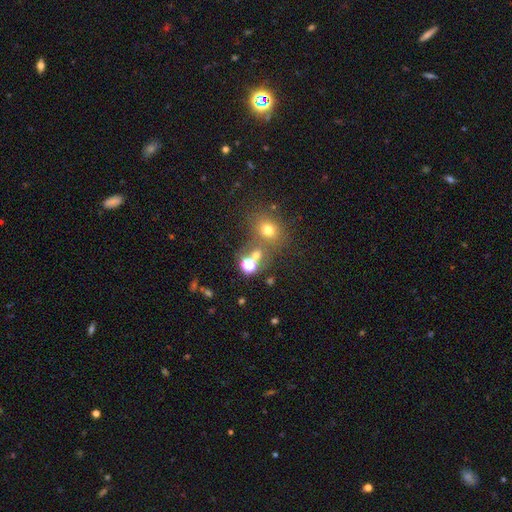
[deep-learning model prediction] The model was most divided on "smooth or featured": smooth: 58%, star or artifact: 31%, featured or disk: 11%. More confident: how rounded — round (76%); merging — none (57%).